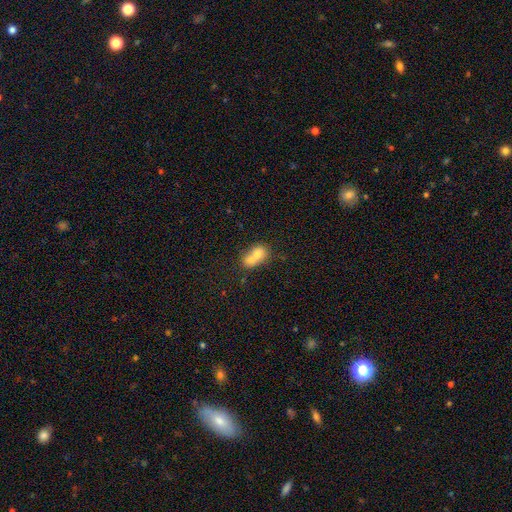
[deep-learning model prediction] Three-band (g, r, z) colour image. It shows a smooth galaxy with no disk features (69%) that is in between round and cigar-shaped (63%). Merging: merger (68%).